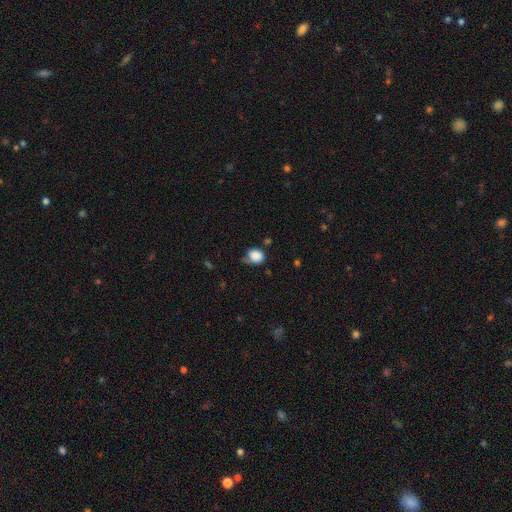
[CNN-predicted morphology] type=smooth (85%); roundness=round (58%); merging=none (47%).